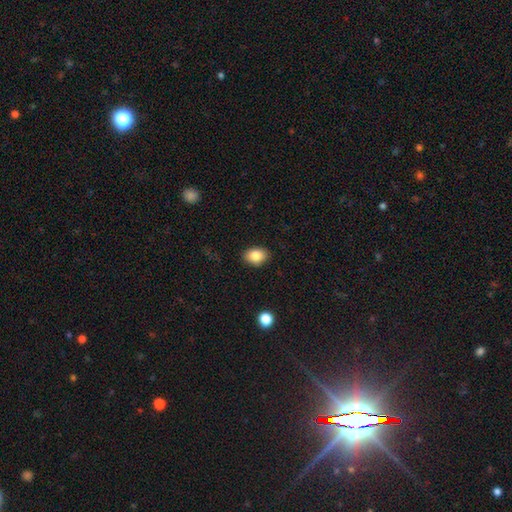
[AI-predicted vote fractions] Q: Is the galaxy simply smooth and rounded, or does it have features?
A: smooth — 85%.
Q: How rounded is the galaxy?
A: in between — 76%.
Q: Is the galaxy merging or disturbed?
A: none — 88%.